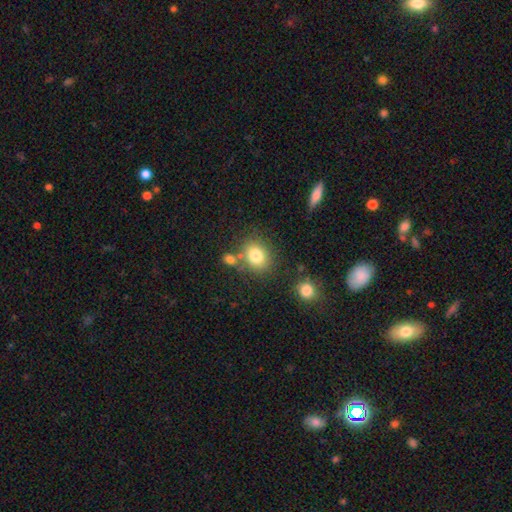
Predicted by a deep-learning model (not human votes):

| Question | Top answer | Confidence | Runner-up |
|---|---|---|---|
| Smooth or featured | smooth | 81% | star or artifact (10%) |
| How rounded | round | 55% | in between (44%) |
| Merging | none | 70% | merger (14%) |